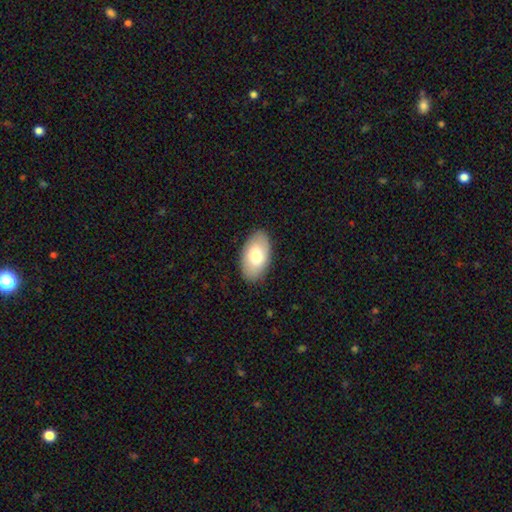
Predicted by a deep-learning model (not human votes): Overall: smooth (74%). How rounded: in between (95%). Merging: none (87%).